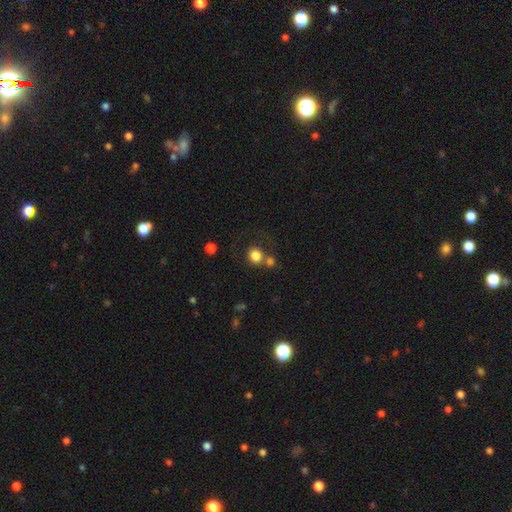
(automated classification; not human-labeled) The model was most divided on "merging": none: 54%, merger: 30%, minor disturbance: 10%, major disturbance: 6%. More confident: how rounded — round (83%); smooth or featured — smooth (82%).